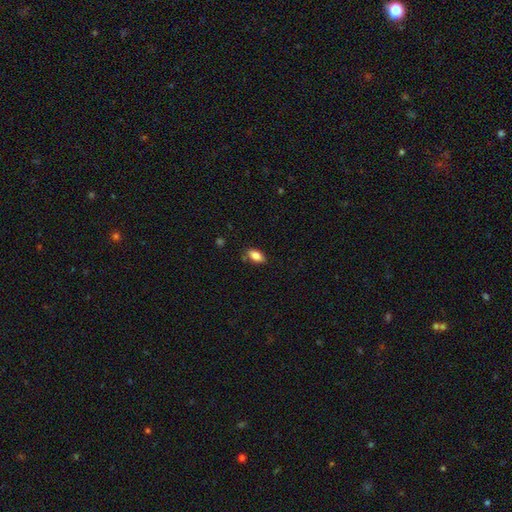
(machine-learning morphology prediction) This appears to be a smooth galaxy with no disk features (84%) that is in between round and cigar-shaped (91%). Merging: none (79%).